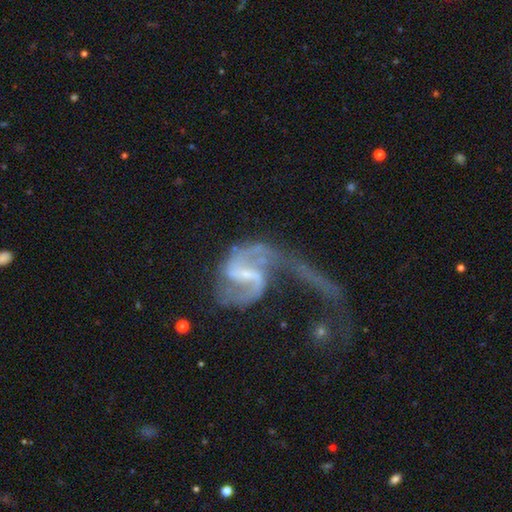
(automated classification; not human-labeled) Smooth or featured? featured or disk (83%)
Edge-on disk? no (97%)
Bar? weak (45%)
Spiral arms? yes (90%)
Spiral winding? loose (54%)
Spiral arm count? 2 (56%)
Bulge size? small (50%)
Merging? major disturbance (42%)